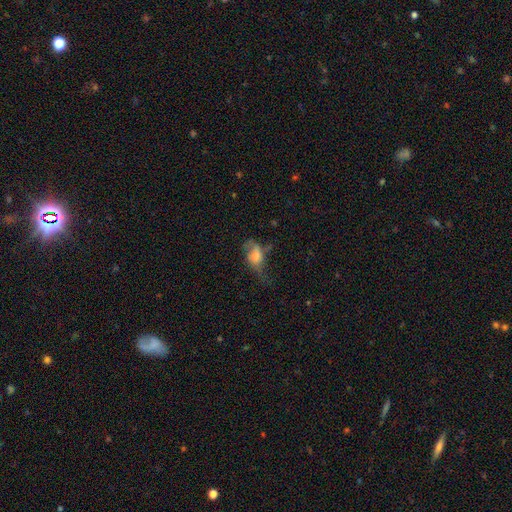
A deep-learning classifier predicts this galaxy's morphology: smooth-or-featured: smooth: 46% | featured or disk: 42% | star or artifact: 11%
  merging: major disturbance: 37% | none: 33% | minor disturbance: 27% | merger: 3%